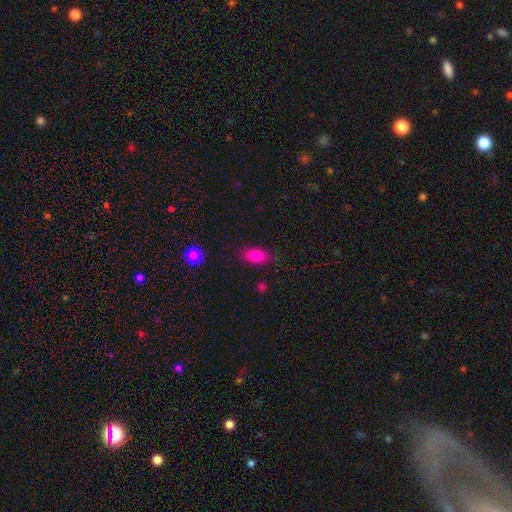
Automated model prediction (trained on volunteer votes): Smooth or featured?
  - smooth: 82% *
  - star or artifact: 9%
  - featured or disk: 9%
How rounded?
  - in between: 86% *
  - round: 7%
  - cigar-shaped: 6%
Merging?
  - none: 82% *
  - minor disturbance: 13%
  - major disturbance: 3%
  - merger: 2%